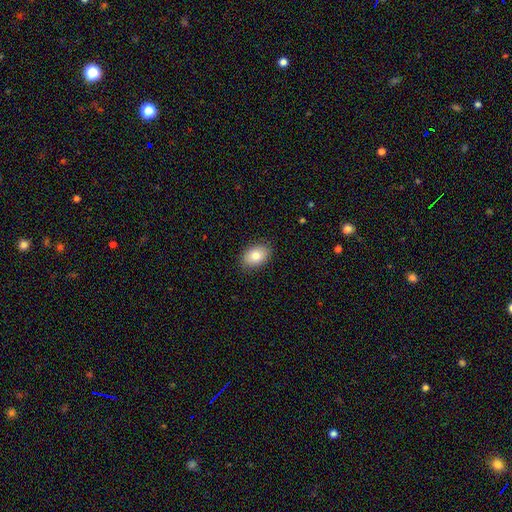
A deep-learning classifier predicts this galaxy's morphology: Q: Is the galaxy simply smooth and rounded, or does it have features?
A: smooth — 82%.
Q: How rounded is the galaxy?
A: in between — 85%.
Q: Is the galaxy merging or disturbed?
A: none — 87%.